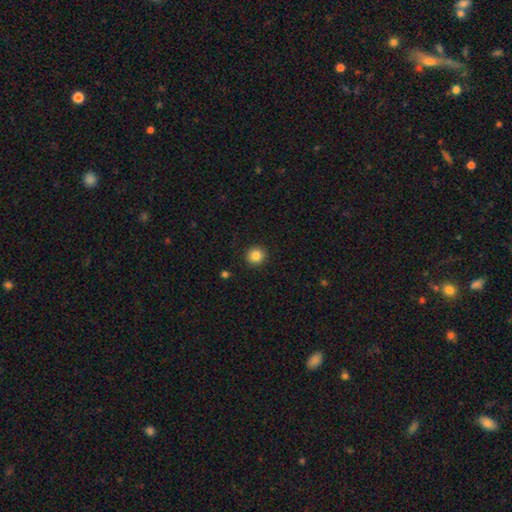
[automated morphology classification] type=smooth (85%); roundness=round (94%); merging=none (92%).